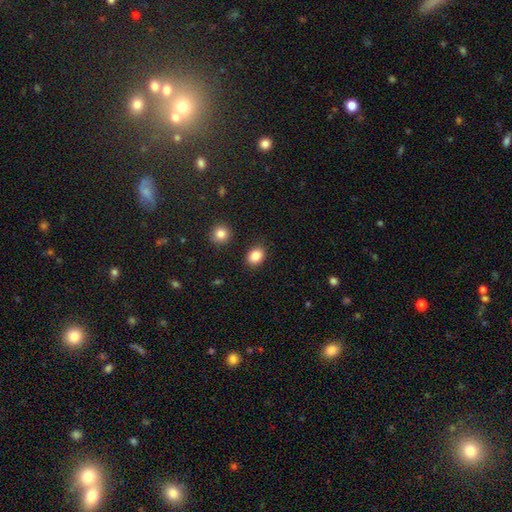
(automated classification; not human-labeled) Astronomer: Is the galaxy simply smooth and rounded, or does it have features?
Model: smooth — 86%.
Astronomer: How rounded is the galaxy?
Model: in between — 59% (runner-up: round, 40%).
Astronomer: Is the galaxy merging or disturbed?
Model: none — 86%.